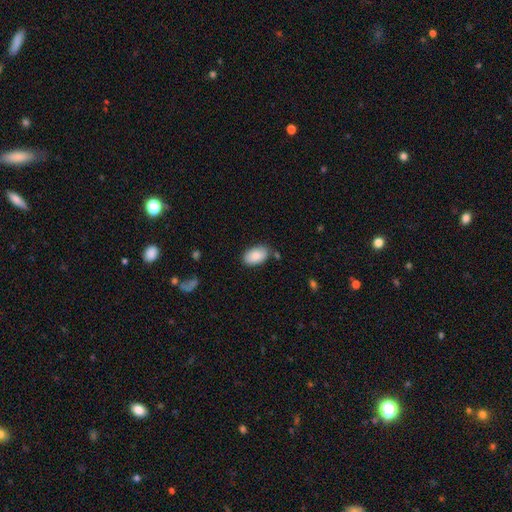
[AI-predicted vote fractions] This appears to be a smooth galaxy with no disk features (86%) that is in between round and cigar-shaped (93%). Merging: none (78%).